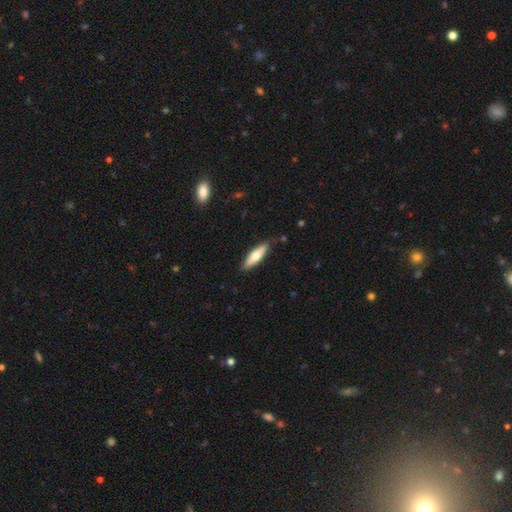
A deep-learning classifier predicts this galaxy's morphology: Smooth or featured?
  - smooth: 59% *
  - featured or disk: 35%
  - star or artifact: 5%
How rounded?
  - cigar-shaped: 59% *
  - in between: 39%
  - round: 2%
Merging?
  - none: 83% *
  - minor disturbance: 13%
  - major disturbance: 2%
  - merger: 2%